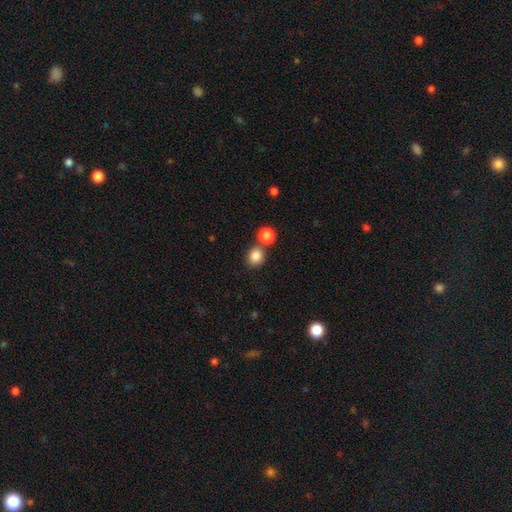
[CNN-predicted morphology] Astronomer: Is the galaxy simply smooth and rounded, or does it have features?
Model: smooth — 84%.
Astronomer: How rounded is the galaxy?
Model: round — 78%.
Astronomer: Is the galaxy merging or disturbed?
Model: none — 69%.